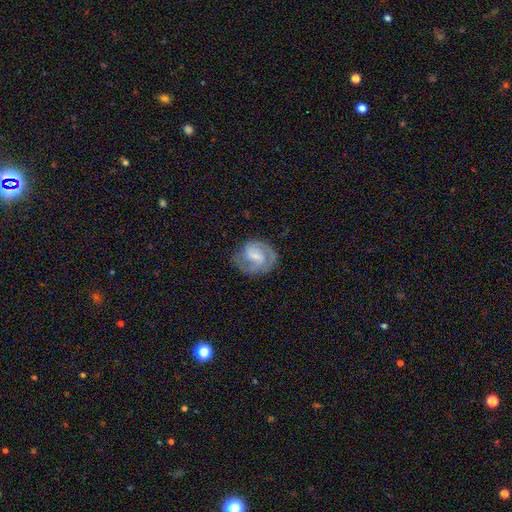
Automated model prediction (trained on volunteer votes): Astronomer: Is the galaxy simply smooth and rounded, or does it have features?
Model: featured or disk — 70%.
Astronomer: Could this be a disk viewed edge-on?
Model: no — 98%.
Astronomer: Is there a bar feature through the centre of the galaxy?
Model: weak — 55%.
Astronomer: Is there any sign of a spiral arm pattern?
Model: yes — 89%.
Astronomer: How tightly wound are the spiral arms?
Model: medium — 46% (runner-up: tight, 38%).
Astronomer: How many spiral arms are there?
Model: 2 — 65%.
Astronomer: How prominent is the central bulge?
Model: small — 50% (runner-up: moderate, 31%).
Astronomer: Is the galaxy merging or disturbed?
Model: none — 66%.